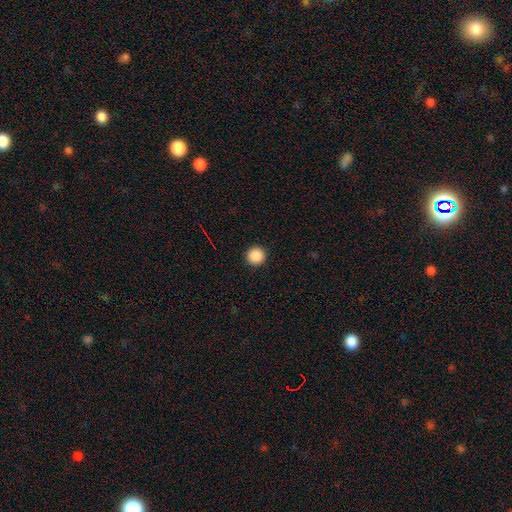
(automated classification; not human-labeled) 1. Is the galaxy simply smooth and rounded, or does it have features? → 89% smooth, 9% star or artifact, 2% featured or disk.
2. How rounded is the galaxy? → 96% round, 3% in between, 1% cigar-shaped.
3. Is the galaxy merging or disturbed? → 93% none, 4% minor disturbance, 2% major disturbance, 1% merger.